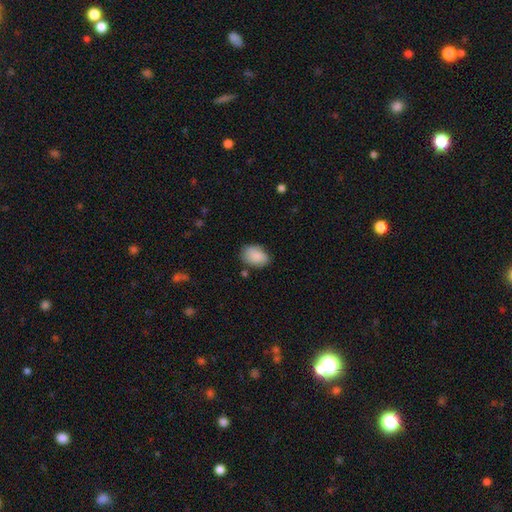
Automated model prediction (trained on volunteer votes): This appears to be a smooth galaxy with no disk features (82%) that is in between round and cigar-shaped (81%). Merging: none (70%).